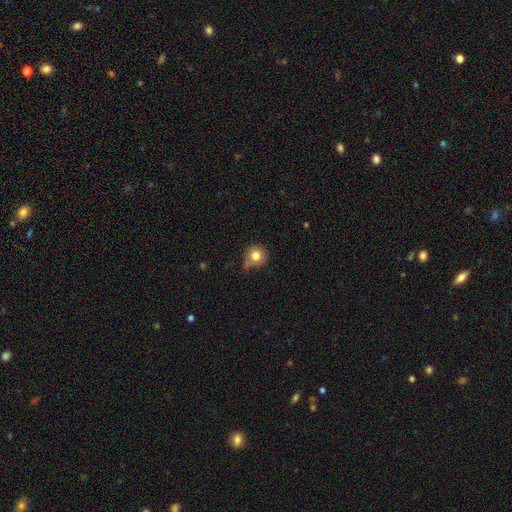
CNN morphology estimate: smooth 79%, star or artifact 11%, featured or disk 10%. Down the decision tree: how rounded — round (87%); merging — none (56%).